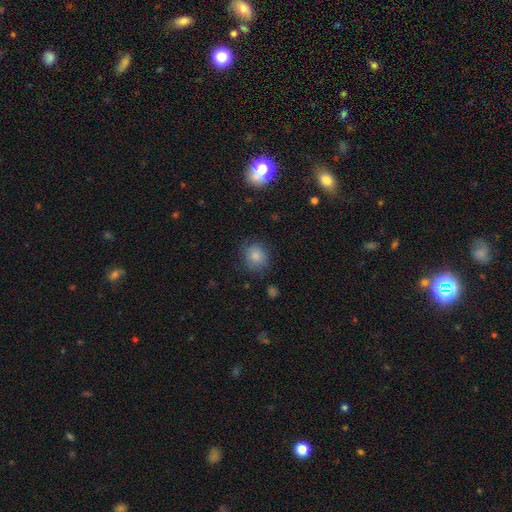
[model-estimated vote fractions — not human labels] Overall: smooth (83%). How rounded: round (77%). Merging: none (78%).